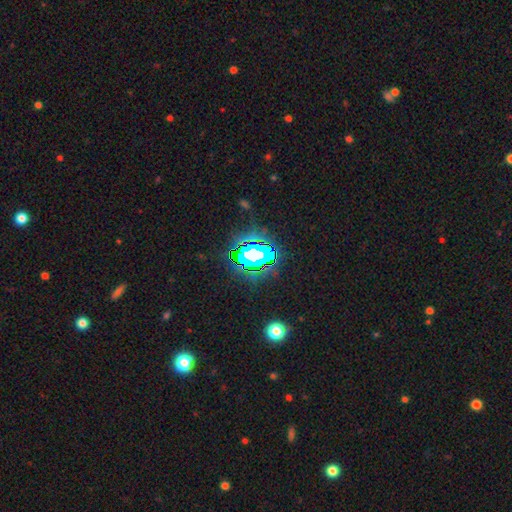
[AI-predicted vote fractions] A star or artifact, not a galaxy (70%).

Vote fractions:
- Smooth or featured? star or artifact: 70% / smooth: 16% / featured or disk: 13%